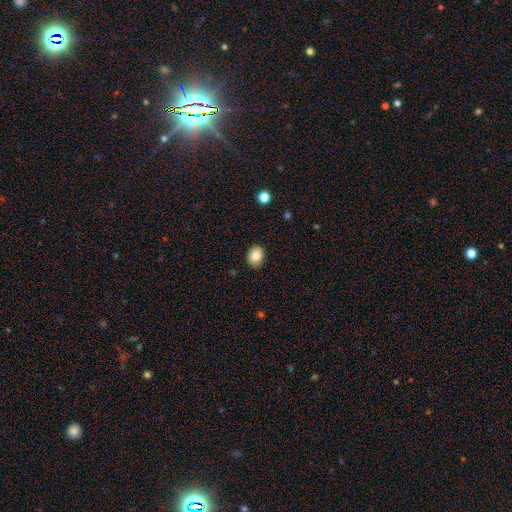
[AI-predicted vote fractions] A smooth galaxy with no disk features (84%) that is in between round and cigar-shaped (56%).

Vote fractions:
- Smooth or featured? smooth: 84% / star or artifact: 9% / featured or disk: 7%
- How rounded? in between: 56% / round: 43% / cigar-shaped: 1%
- Merging? none: 88% / minor disturbance: 9% / major disturbance: 2% / merger: 1%